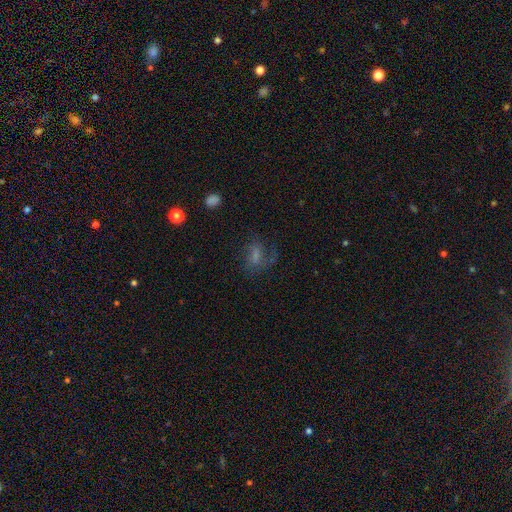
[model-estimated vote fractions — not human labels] This appears to be a smooth galaxy with no disk features (47%). Merging: none (46%).